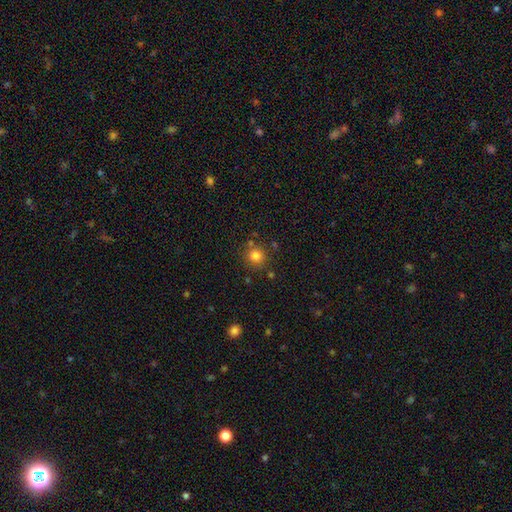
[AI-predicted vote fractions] Smooth or featured: smooth — 81% (star or artifact — 13%)
How rounded: round — 91% (in between — 8%)
Merging: none — 81% (minor disturbance — 9%)